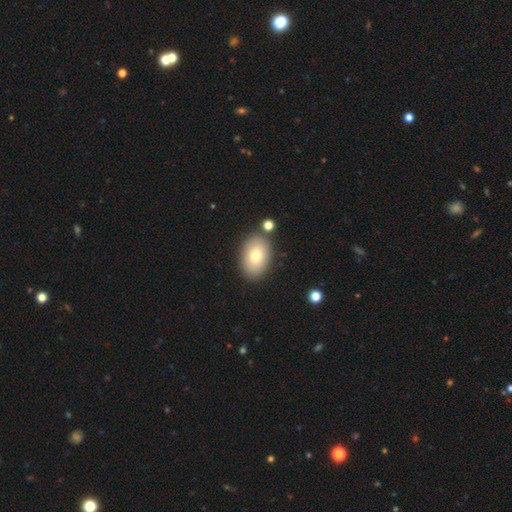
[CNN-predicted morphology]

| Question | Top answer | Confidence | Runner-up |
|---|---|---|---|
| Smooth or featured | smooth | 78% | featured or disk (15%) |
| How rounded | in between | 84% | round (15%) |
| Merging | none | 83% | minor disturbance (10%) |